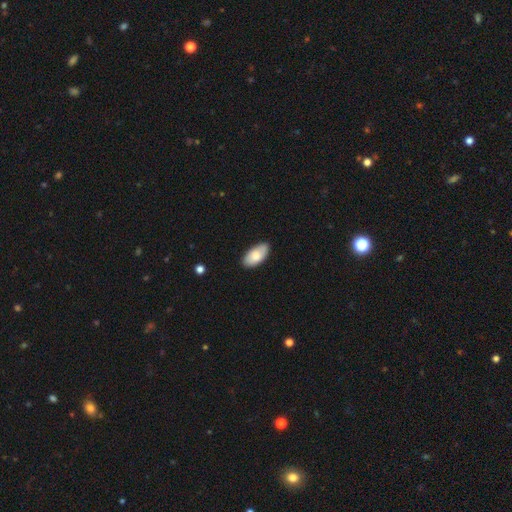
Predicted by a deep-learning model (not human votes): The model was most divided on "smooth or featured": smooth: 79%, featured or disk: 15%, star or artifact: 6%. More confident: how rounded — in between (94%); merging — none (82%).